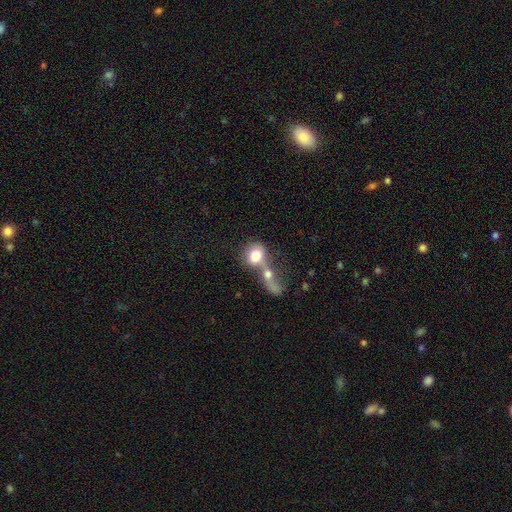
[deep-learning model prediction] A smooth galaxy with no disk features (73%) that is round (55%). Merging: merger (70%).